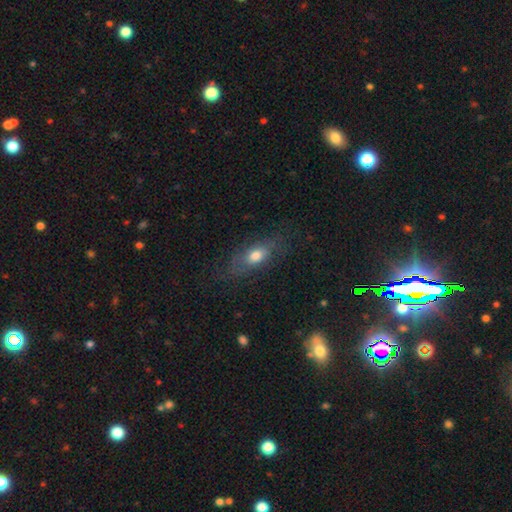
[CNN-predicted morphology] A smooth galaxy with no disk features (59%) that is in between round and cigar-shaped (77%). Merging: none (69%).